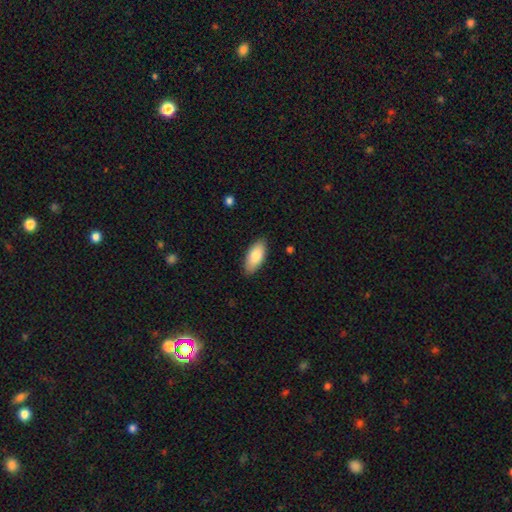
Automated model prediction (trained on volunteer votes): Smooth or featured?
  - smooth: 83% *
  - featured or disk: 11%
  - star or artifact: 6%
How rounded?
  - in between: 88% *
  - cigar-shaped: 10%
  - round: 2%
Merging?
  - none: 87% *
  - minor disturbance: 10%
  - major disturbance: 2%
  - merger: 1%